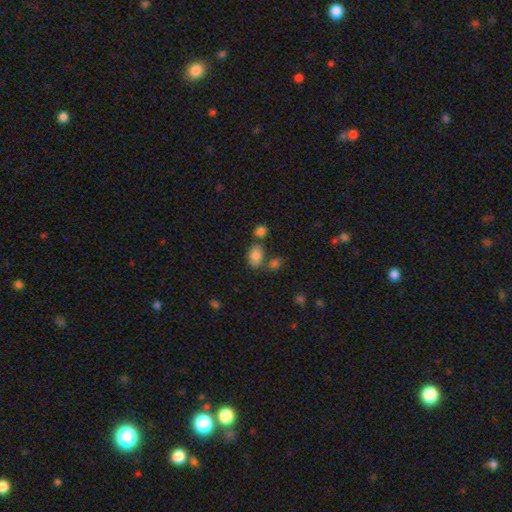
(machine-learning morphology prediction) This appears to be a smooth galaxy with no disk features (84%) that is in between round and cigar-shaped (83%). Merging: none (59%).